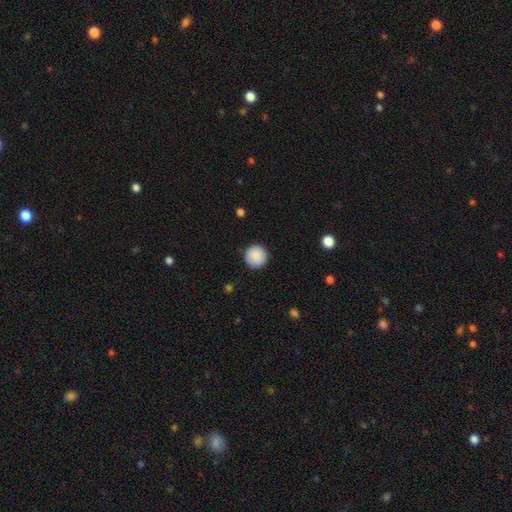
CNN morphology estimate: Smooth or featured?
  - smooth: 89% *
  - star or artifact: 7%
  - featured or disk: 4%
How rounded?
  - round: 96% *
  - in between: 3%
  - cigar-shaped: 1%
Merging?
  - none: 91% *
  - minor disturbance: 6%
  - major disturbance: 2%
  - merger: 1%